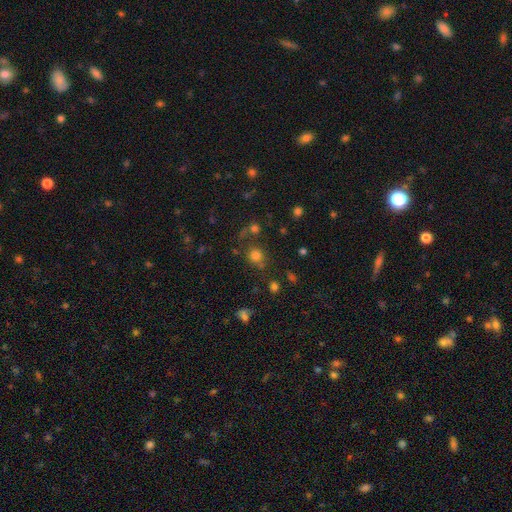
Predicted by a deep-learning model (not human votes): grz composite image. It shows a smooth galaxy with no disk features (75%) that is round (87%). Merging: none (70%).